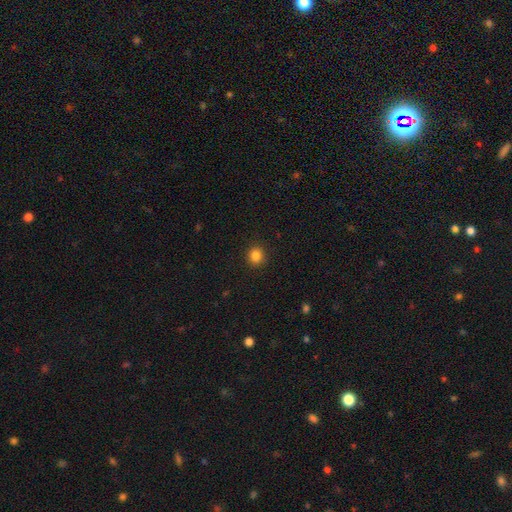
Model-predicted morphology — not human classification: smooth-or-featured: smooth: 84% | star or artifact: 12% | featured or disk: 4%
  how-rounded: round: 87% | in between: 12% | cigar-shaped: 1%
  merging: none: 91% | minor disturbance: 6% | major disturbance: 2% | merger: 1%